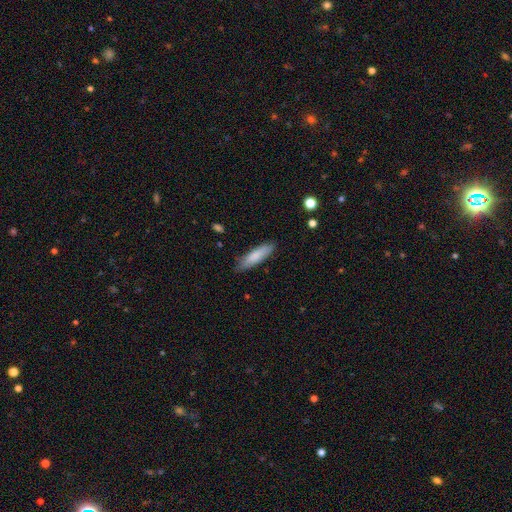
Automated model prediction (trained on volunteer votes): A smooth galaxy with no disk features (82%) that is cigar-shaped (67%). Merging: none (82%).